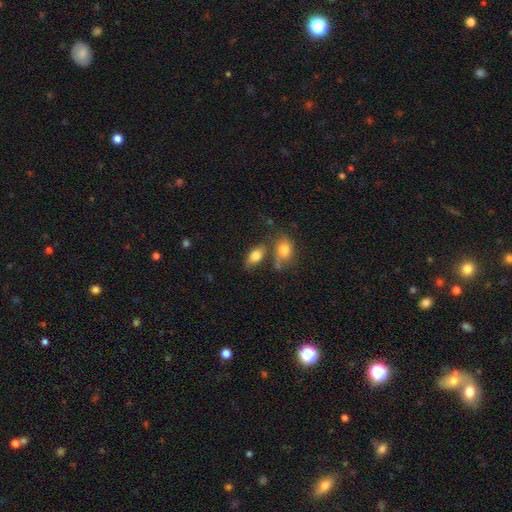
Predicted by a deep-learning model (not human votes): A smooth galaxy with no disk features (79%) that is in between round and cigar-shaped (89%). Merging: none (58%).